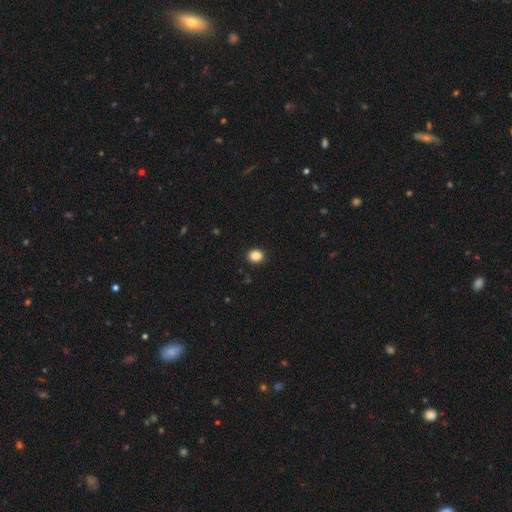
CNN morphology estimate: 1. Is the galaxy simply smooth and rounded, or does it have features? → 86% smooth, 10% star or artifact, 3% featured or disk.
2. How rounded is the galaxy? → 62% round, 37% in between, 1% cigar-shaped.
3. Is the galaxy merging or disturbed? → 92% none, 6% minor disturbance, 2% major disturbance, 1% merger.